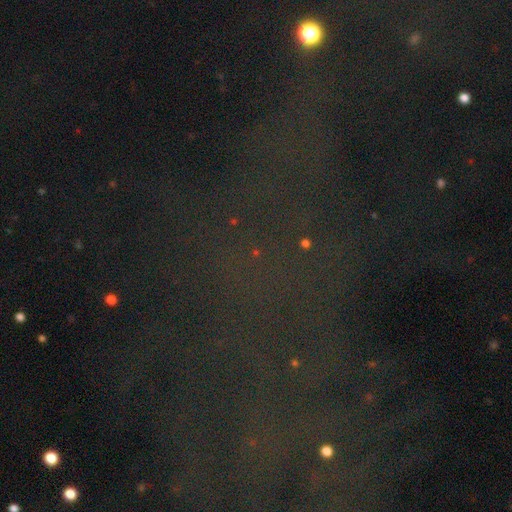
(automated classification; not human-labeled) A star or artifact, not a galaxy (73%).